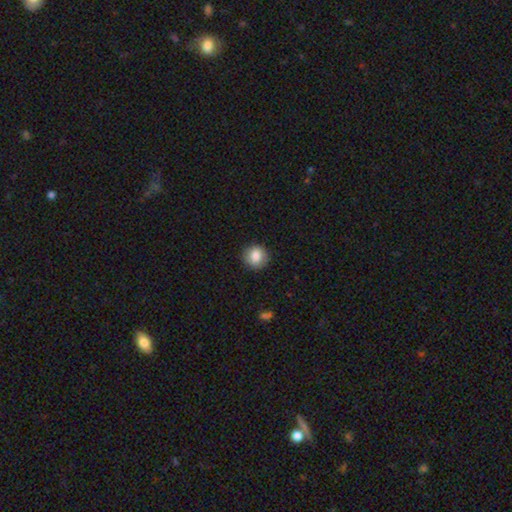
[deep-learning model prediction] Smooth or featured: smooth — 83% (star or artifact — 8%)
How rounded: round — 89% (in between — 10%)
Merging: none — 87% (minor disturbance — 9%)